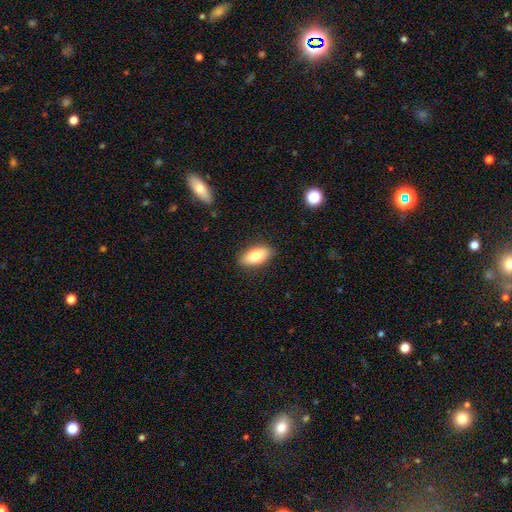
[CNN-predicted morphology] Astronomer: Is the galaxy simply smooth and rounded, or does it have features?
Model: smooth — 82%.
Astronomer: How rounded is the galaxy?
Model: in between — 90%.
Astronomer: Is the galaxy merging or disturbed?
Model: none — 87%.